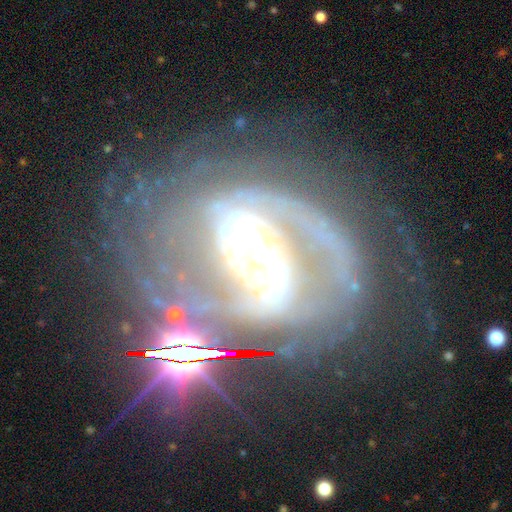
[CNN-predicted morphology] This appears to be a featured or disk galaxy (85%) with a strong bar (59%), 2 (67%) medium (44%) spiral arms (93%) and a moderate central bulge (34%). Merging: none (52%).